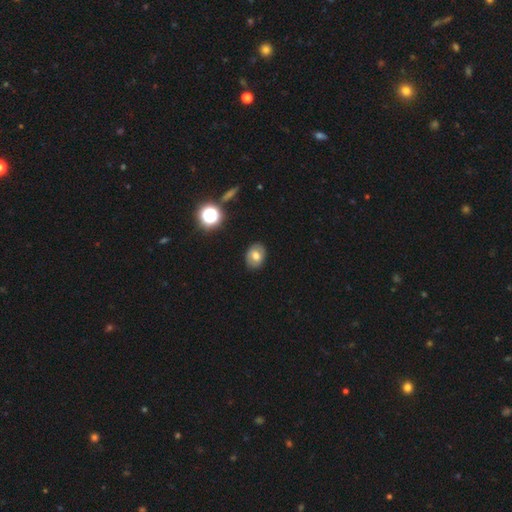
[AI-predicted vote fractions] This appears to be a smooth galaxy with no disk features (68%) that is in between round and cigar-shaped (64%). Merging: none (87%).